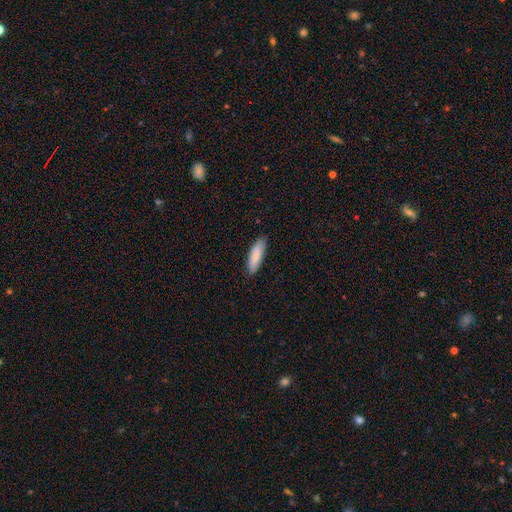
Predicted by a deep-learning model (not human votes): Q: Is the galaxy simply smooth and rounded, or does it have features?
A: smooth — 84%.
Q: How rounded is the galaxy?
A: cigar-shaped — 51%.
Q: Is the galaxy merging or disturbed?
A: none — 86%.